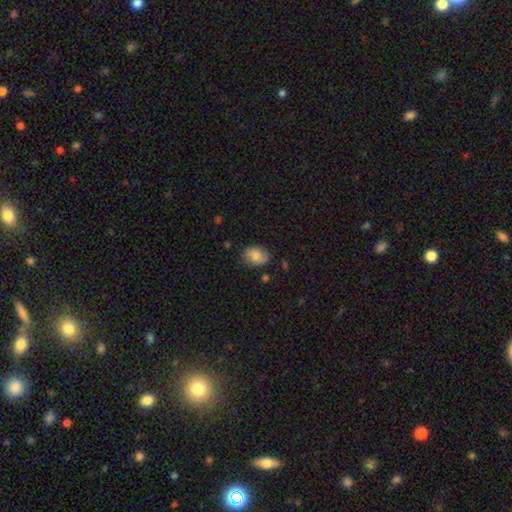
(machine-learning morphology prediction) Smooth or featured: smooth — 74% (featured or disk — 19%)
How rounded: in between — 77% (round — 22%)
Merging: none — 80% (minor disturbance — 15%)